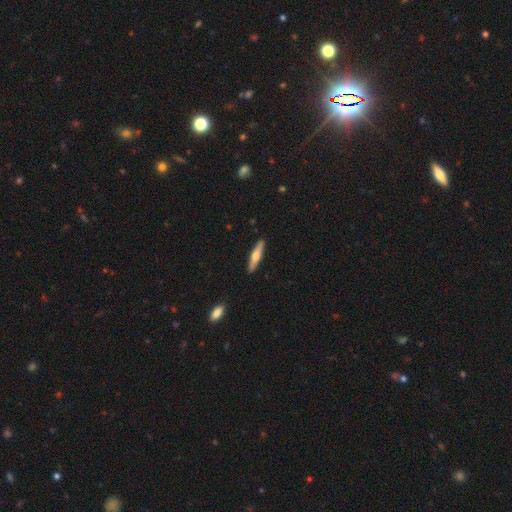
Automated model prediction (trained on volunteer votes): This appears to be a smooth galaxy with no disk features (48%). Merging: none (91%).